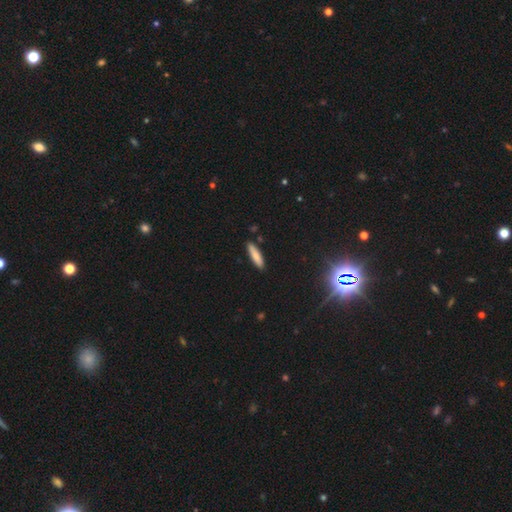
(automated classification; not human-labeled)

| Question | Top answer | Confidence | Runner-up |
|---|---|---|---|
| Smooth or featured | smooth | 81% | featured or disk (13%) |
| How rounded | cigar-shaped | 74% | in between (24%) |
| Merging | none | 86% | minor disturbance (10%) |